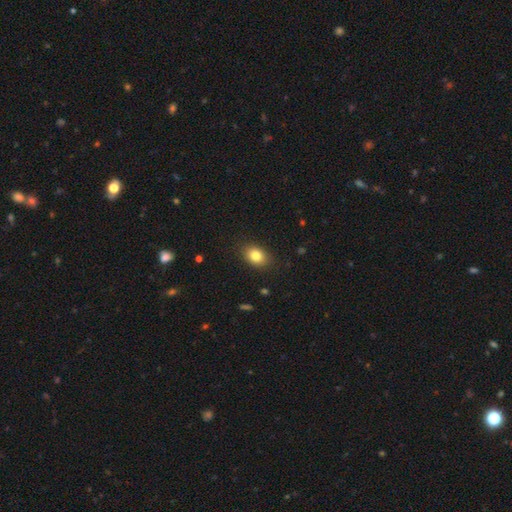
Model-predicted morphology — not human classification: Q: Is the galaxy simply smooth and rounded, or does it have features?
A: smooth — 82%.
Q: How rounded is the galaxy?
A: in between — 71%.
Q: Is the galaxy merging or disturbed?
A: none — 87%.